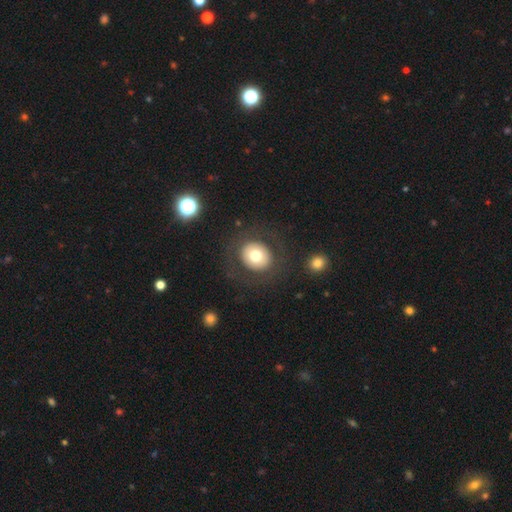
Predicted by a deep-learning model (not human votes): Smooth or featured: smooth — 68% (featured or disk — 23%)
How rounded: round — 83% (in between — 16%)
Merging: none — 83% (minor disturbance — 8%)